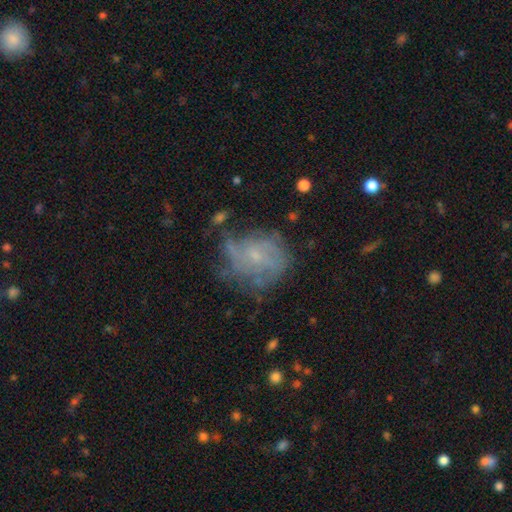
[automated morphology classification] Overall: featured or disk (59%; smooth 26%). Edge-on disk: no (97%). Bar: no (75%). Spiral arms: yes (70%; no 30%). Bulge size: small (76%). Merging: none (53%; minor disturbance 25%).